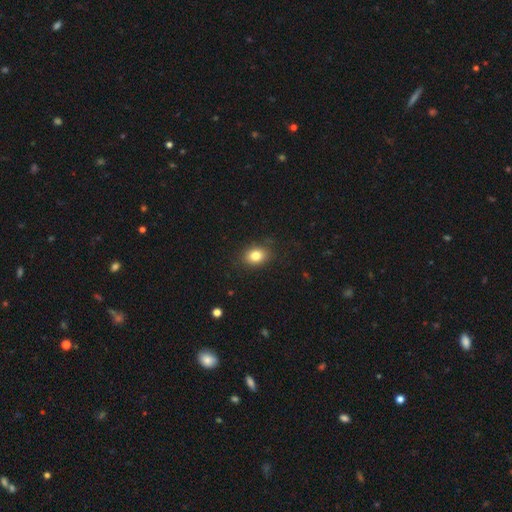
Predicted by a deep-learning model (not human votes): This is clearly a smooth galaxy (81%). How rounded: likely in between (61%). Merging: clearly none (84%).